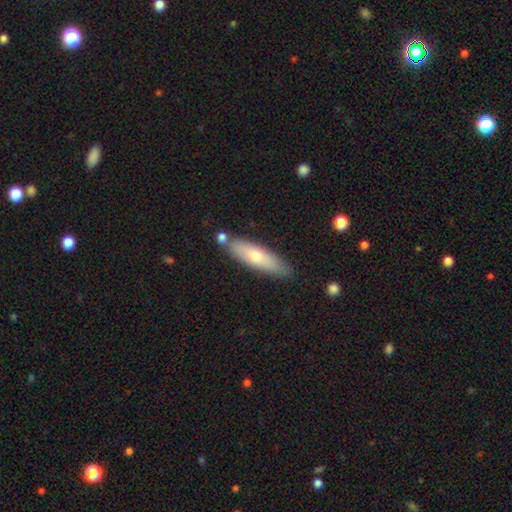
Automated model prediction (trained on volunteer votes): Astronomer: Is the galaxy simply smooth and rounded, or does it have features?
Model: smooth — 62%.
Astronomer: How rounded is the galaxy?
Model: cigar-shaped — 62%.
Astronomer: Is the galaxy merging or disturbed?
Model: none — 78%.